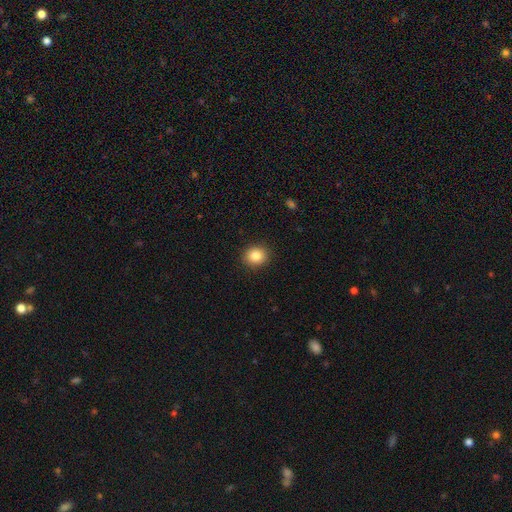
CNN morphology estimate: Overall: smooth (84%). How rounded: round (76%). Merging: none (91%).